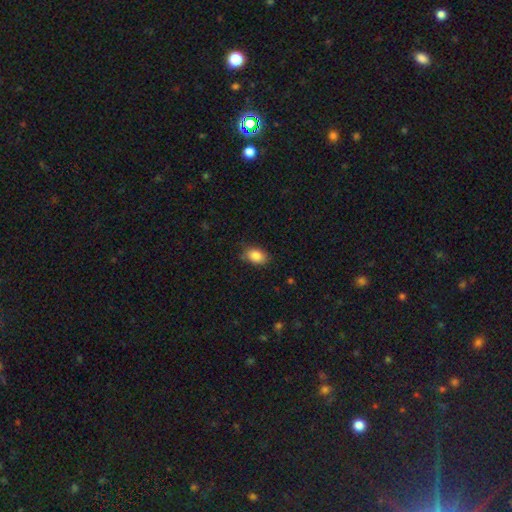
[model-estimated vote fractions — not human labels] This is clearly a smooth galaxy (87%). How rounded: clearly in between (86%). Merging: likely none (77%).